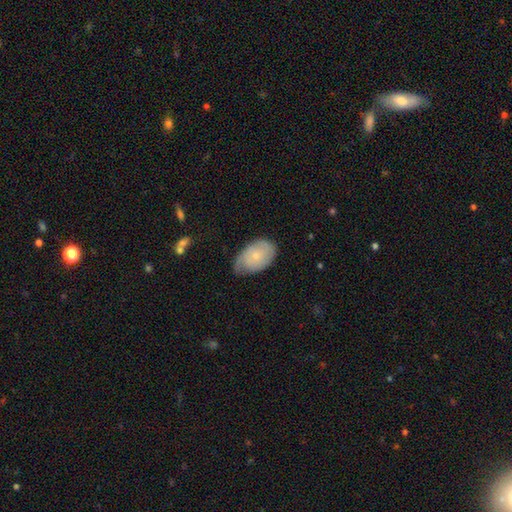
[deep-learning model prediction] Overall: smooth (47%, tied with featured or disk). Merging: none (52%; minor disturbance 36%).